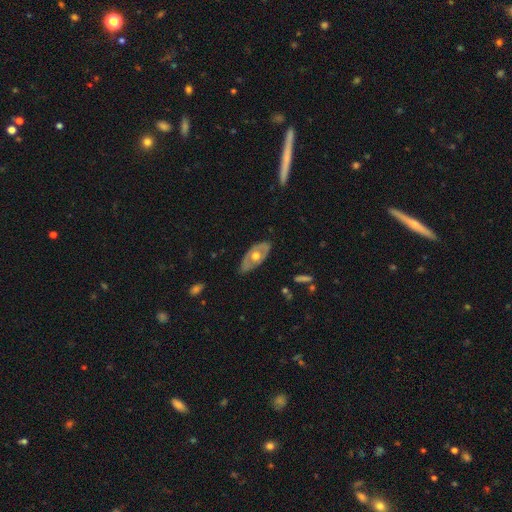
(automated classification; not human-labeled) Smooth or featured?
  - featured or disk: 59% *
  - smooth: 36%
  - star or artifact: 5%
Edge-on disk?
  - no: 82% *
  - yes: 18%
Merging?
  - none: 74% *
  - minor disturbance: 20%
  - major disturbance: 4%
  - merger: 1%